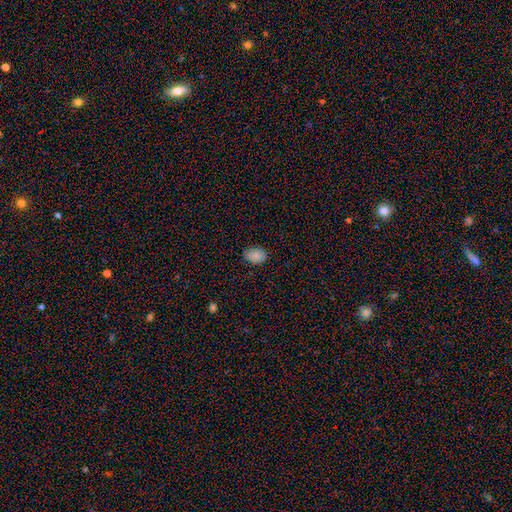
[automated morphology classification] Q: Smooth or featured?
A: smooth (87%); runner-up: star or artifact (9%)
Q: How rounded?
A: in between (84%); runner-up: round (15%)
Q: Merging?
A: none (87%); runner-up: minor disturbance (10%)